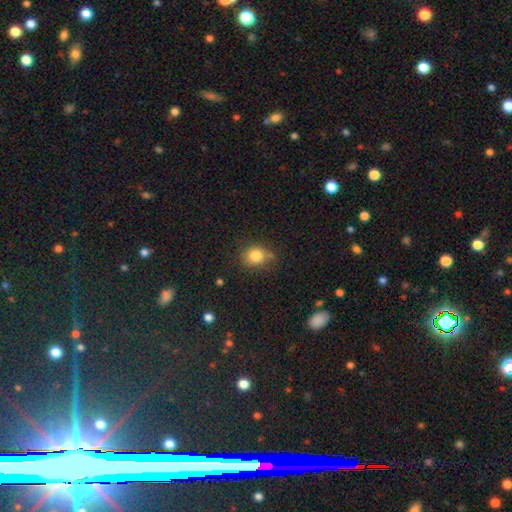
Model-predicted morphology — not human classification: Q: Smooth or featured?
A: smooth (82%); runner-up: star or artifact (11%)
Q: How rounded?
A: round (73%); runner-up: in between (26%)
Q: Merging?
A: none (71%); runner-up: minor disturbance (18%)